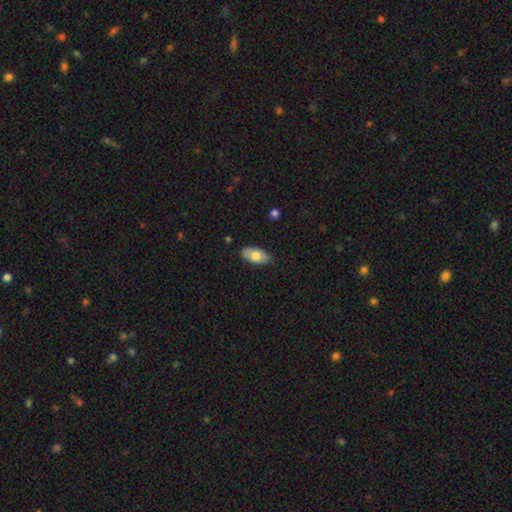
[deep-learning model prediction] Smooth or featured? Predicted: smooth (p=0.73). How rounded? Predicted: in between (p=0.91). Merging? Predicted: none (p=0.84).